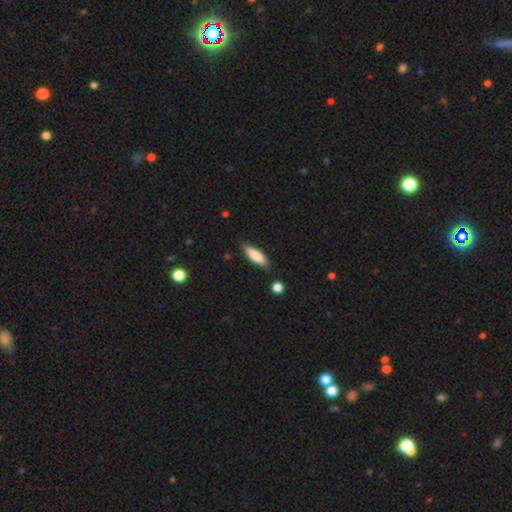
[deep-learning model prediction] This is likely a smooth galaxy (75%). How rounded: possibly cigar-shaped (51%). Merging: clearly none (83%).